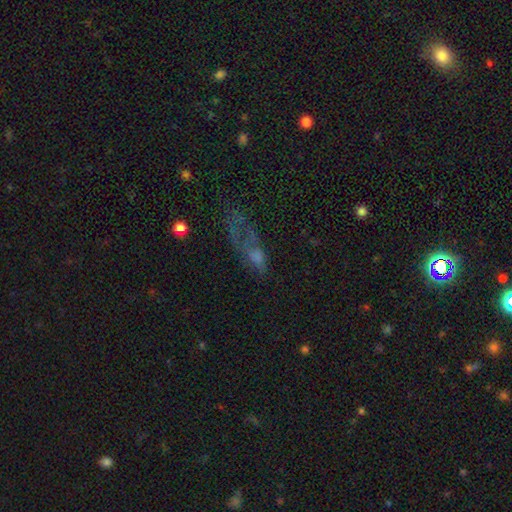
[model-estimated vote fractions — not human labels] The model was most divided on "smooth or featured": featured or disk: 39%, smooth: 37%, star or artifact: 24%. Remaining: merging — major disturbance (41%).